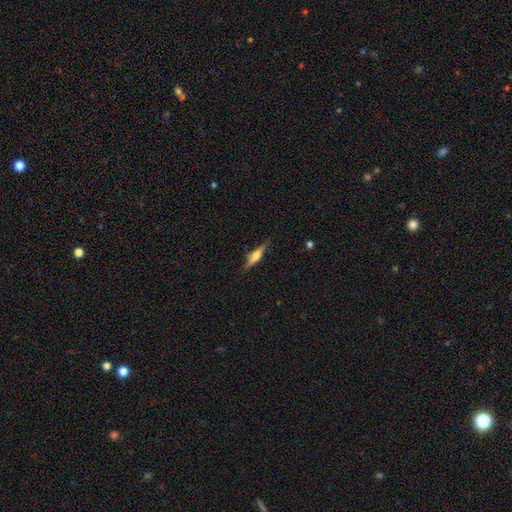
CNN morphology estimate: Q: Smooth or featured?
A: featured or disk (61%); runner-up: smooth (32%)
Q: Edge-on disk?
A: yes (95%); runner-up: no (5%)
Q: Edge-on bulge?
A: rounded (86%); runner-up: boxy (11%)
Q: Merging?
A: none (82%); runner-up: minor disturbance (14%)